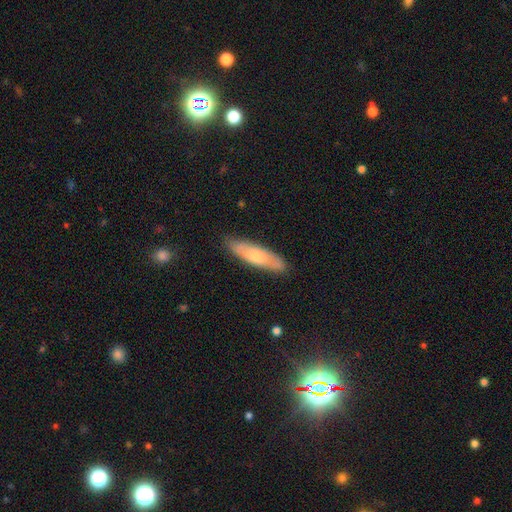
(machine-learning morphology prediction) The model was most divided on "smooth or featured": smooth: 61%, featured or disk: 34%, star or artifact: 6%. More confident: merging — none (84%); how rounded — cigar-shaped (64%).